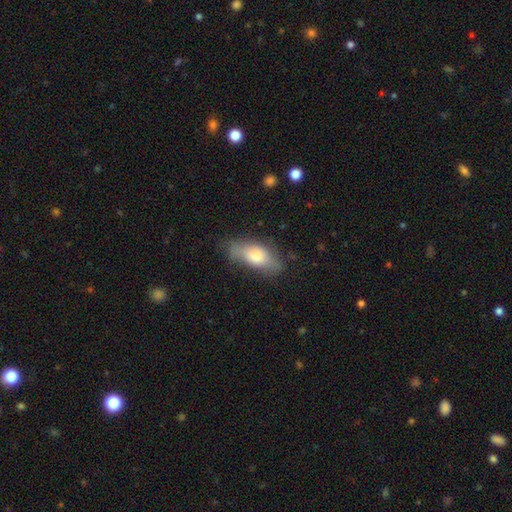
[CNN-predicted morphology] smooth_or_featured: smooth (p=0.70) [alt: featured or disk p=0.23]
how_rounded: in between (p=0.79) [alt: cigar-shaped p=0.18]
merging: none (p=0.64) [alt: minor disturbance p=0.27]